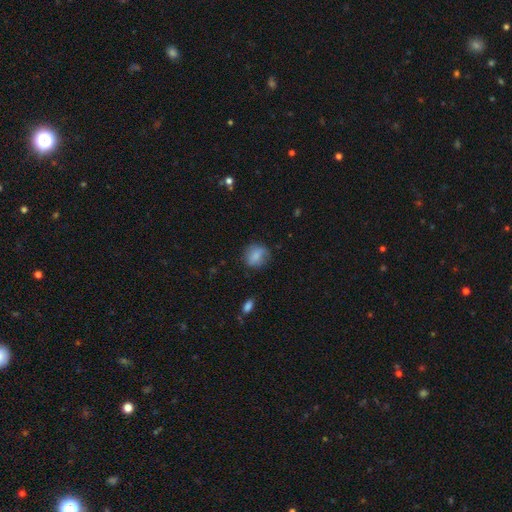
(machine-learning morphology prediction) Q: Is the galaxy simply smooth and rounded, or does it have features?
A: smooth — 77%.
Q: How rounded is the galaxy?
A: round — 71%.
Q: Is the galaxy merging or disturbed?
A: none — 70%.